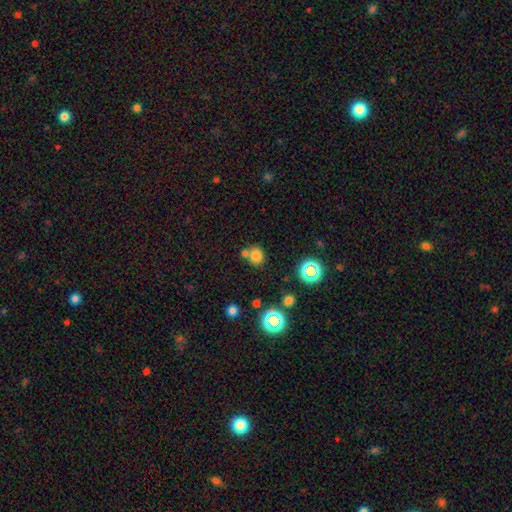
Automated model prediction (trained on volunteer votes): This appears to be a smooth galaxy with no disk features (75%) that is round (79%). Merging: none (61%).